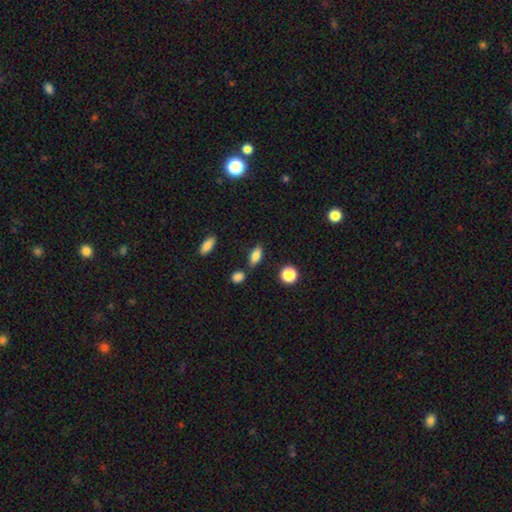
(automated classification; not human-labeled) Q: Smooth or featured?
A: smooth (81%); runner-up: star or artifact (9%)
Q: How rounded?
A: in between (80%); runner-up: cigar-shaped (14%)
Q: Merging?
A: none (75%); runner-up: minor disturbance (13%)